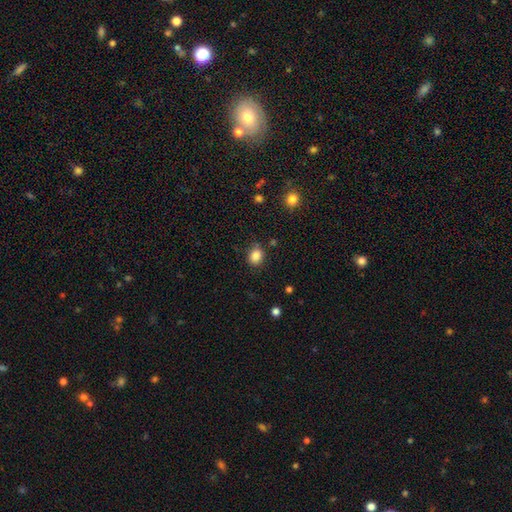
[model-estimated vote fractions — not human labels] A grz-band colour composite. It shows a smooth galaxy with no disk features (86%) that is round (54%). Merging: none (81%).